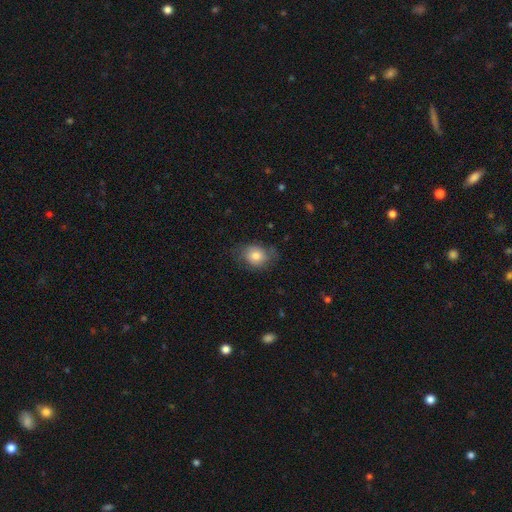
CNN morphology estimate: This appears to be a smooth galaxy with no disk features (78%) that is in between round and cigar-shaped (50%). Merging: none (65%).